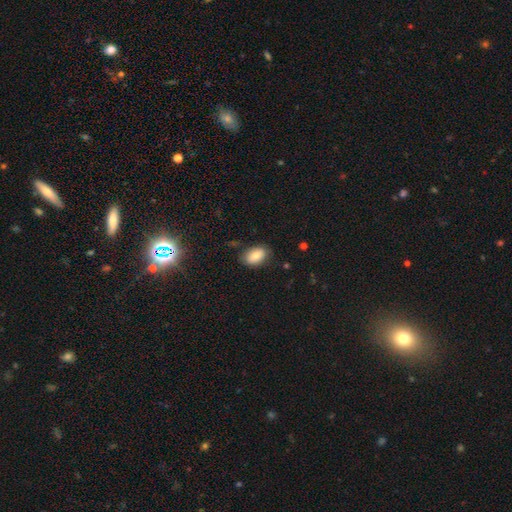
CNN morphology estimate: Smooth or featured? Predicted: smooth (p=0.80). How rounded? Predicted: in between (p=0.90). Merging? Predicted: none (p=0.80).